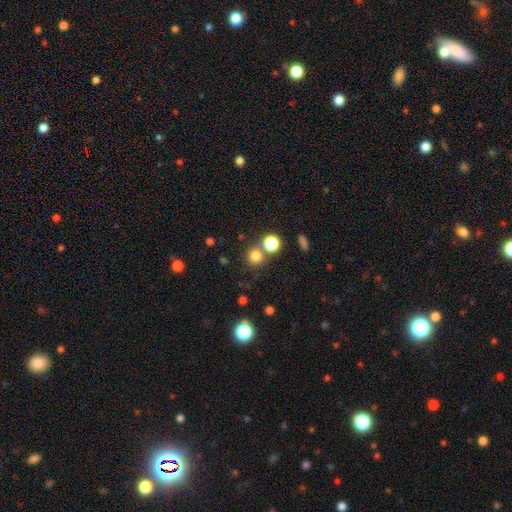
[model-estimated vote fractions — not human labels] A smooth galaxy with no disk features (76%) that is round (91%). Merging: none (72%).